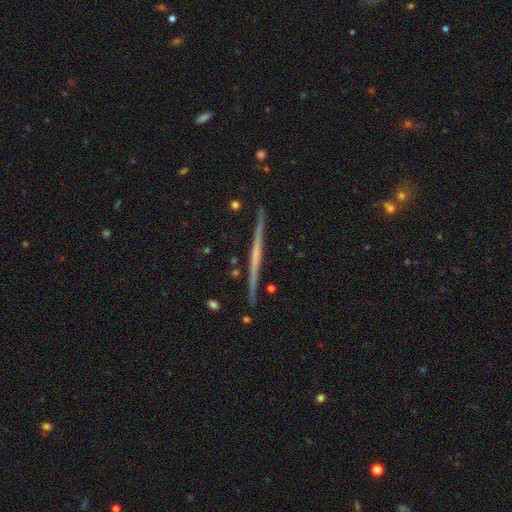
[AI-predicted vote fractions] smooth-or-featured: featured or disk: 71% | smooth: 23% | star or artifact: 5%
  disk-edge-on: yes: 98% | no: 2%
    edge-on-bulge: none: 79% | rounded: 14% | boxy: 7%
  merging: none: 92% | minor disturbance: 6% | merger: 1% | major disturbance: 1%